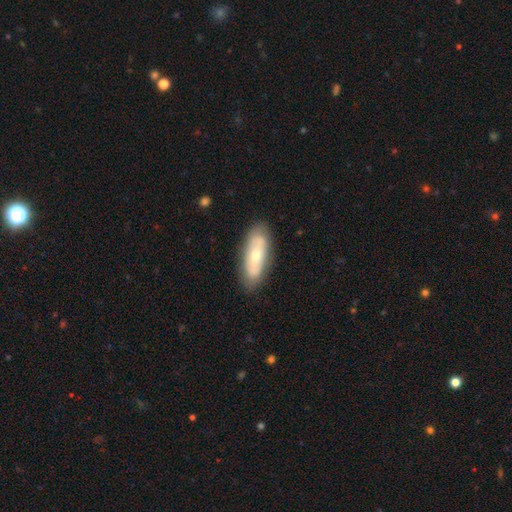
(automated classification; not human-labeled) Q: Smooth or featured?
A: smooth (51%); runner-up: featured or disk (43%)
Q: How rounded?
A: in between (72%); runner-up: cigar-shaped (25%)
Q: Merging?
A: none (82%); runner-up: minor disturbance (14%)